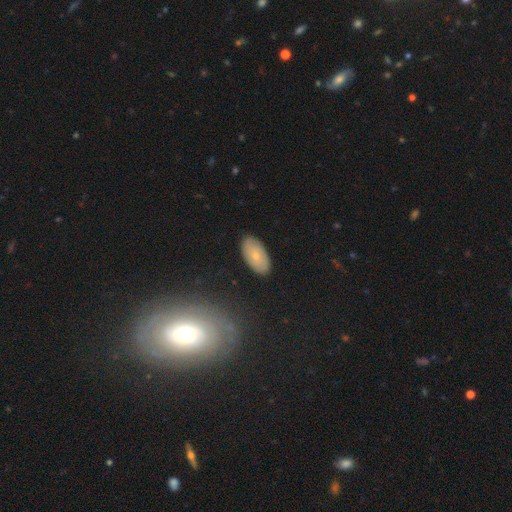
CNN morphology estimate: This is likely a smooth galaxy (70%). How rounded: clearly in between (95%). Merging: clearly none (87%).